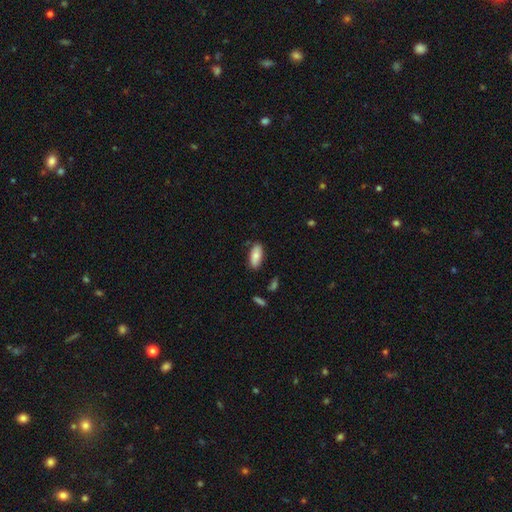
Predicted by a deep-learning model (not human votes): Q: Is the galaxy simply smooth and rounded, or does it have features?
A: smooth — 81%.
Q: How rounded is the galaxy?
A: in between — 88%.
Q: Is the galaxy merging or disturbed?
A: none — 80%.